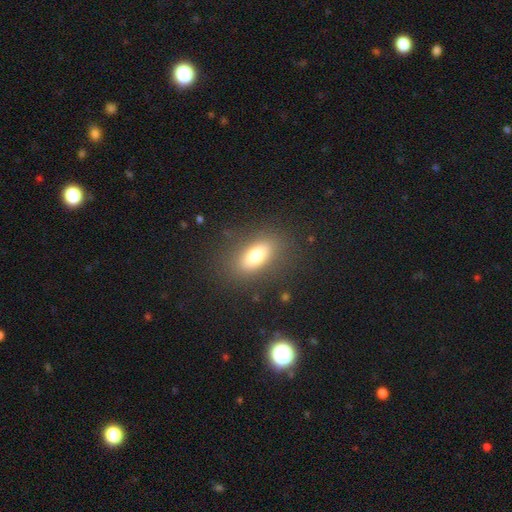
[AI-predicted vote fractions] Smooth or featured: smooth — 72% (featured or disk — 19%)
How rounded: in between — 79% (cigar-shaped — 15%)
Merging: none — 83% (minor disturbance — 11%)